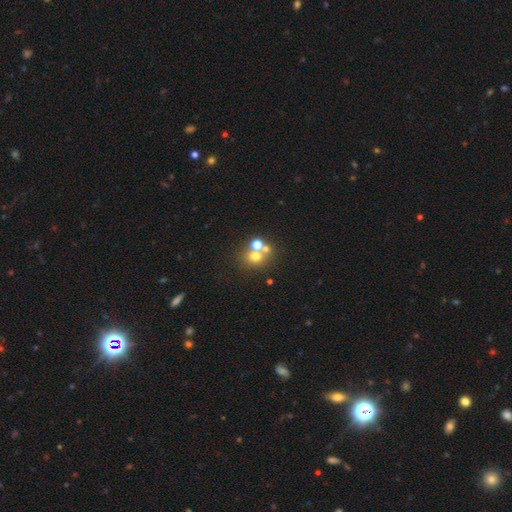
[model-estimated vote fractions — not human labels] This is likely a smooth galaxy (62%). How rounded: likely round (79%). Merging: possibly none (50%).